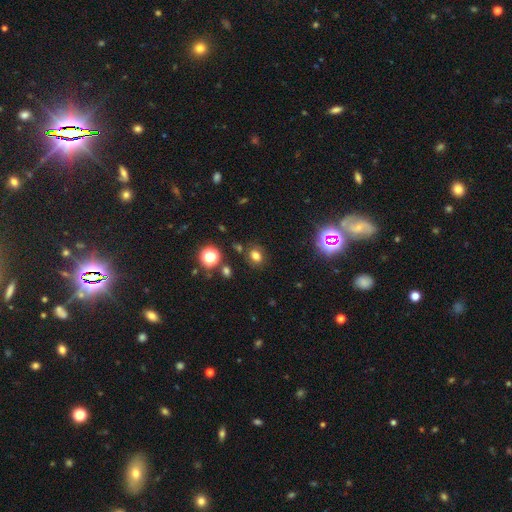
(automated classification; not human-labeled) Overall: smooth (70%). How rounded: round (52%; in between 47%). Merging: none (80%).